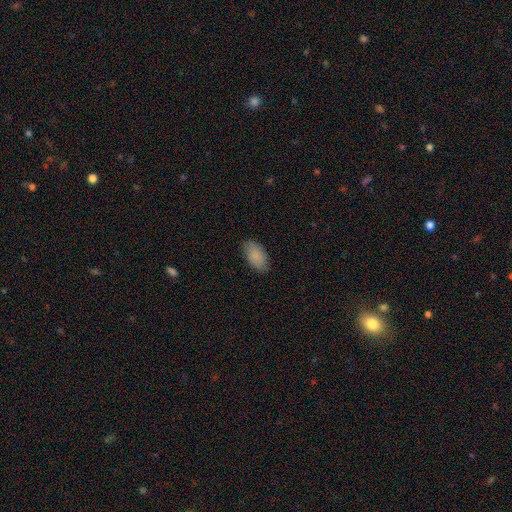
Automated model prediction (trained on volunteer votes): smooth-or-featured: smooth: 88% | star or artifact: 6% | featured or disk: 5%
  how-rounded: in between: 95% | round: 3% | cigar-shaped: 2%
  merging: none: 83% | minor disturbance: 13% | major disturbance: 3% | merger: 1%